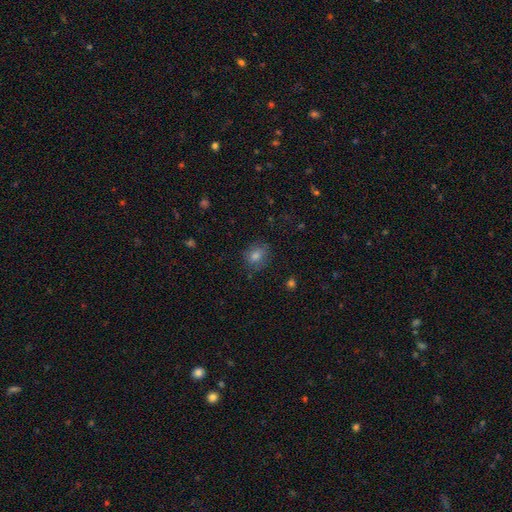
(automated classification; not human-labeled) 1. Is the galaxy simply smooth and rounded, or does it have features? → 72% smooth, 16% star or artifact, 12% featured or disk.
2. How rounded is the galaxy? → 62% round, 37% in between, 1% cigar-shaped.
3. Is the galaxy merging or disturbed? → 81% none, 14% minor disturbance, 4% major disturbance, 1% merger.